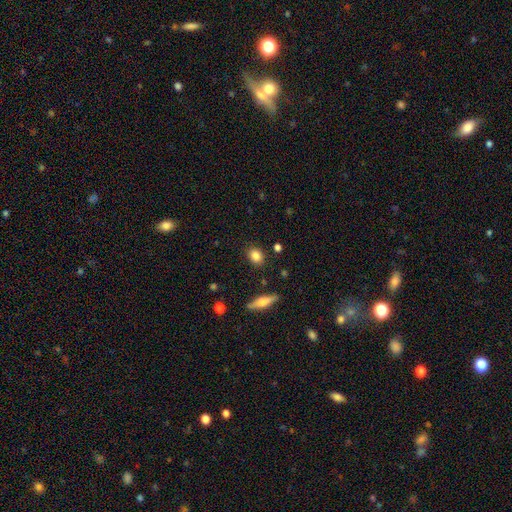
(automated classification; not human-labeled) Morphology: type=smooth (83%); roundness=round (52%); merging=none (87%).